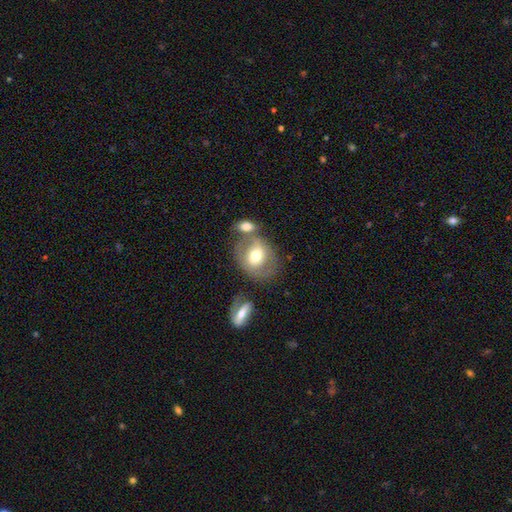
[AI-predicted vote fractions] A smooth galaxy with no disk features (54%) that is round (52%).

Vote fractions:
- Smooth or featured? smooth: 54% / featured or disk: 39% / star or artifact: 7%
- How rounded? round: 52% / in between: 47% / cigar-shaped: 1%
- Merging? none: 47% / merger: 29% / minor disturbance: 16% / major disturbance: 9%